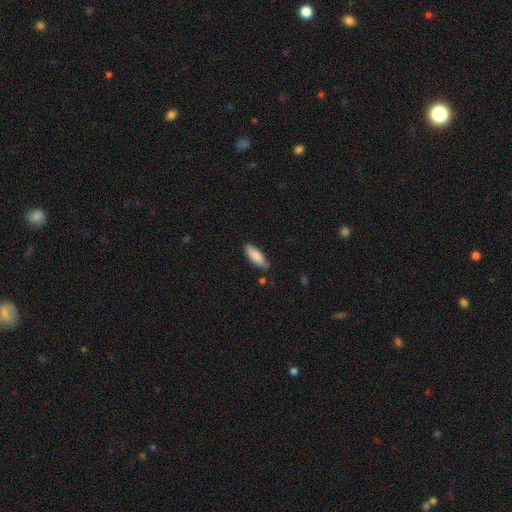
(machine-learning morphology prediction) This appears to be a smooth galaxy with no disk features (85%) that is in between round and cigar-shaped (67%). Merging: none (82%).